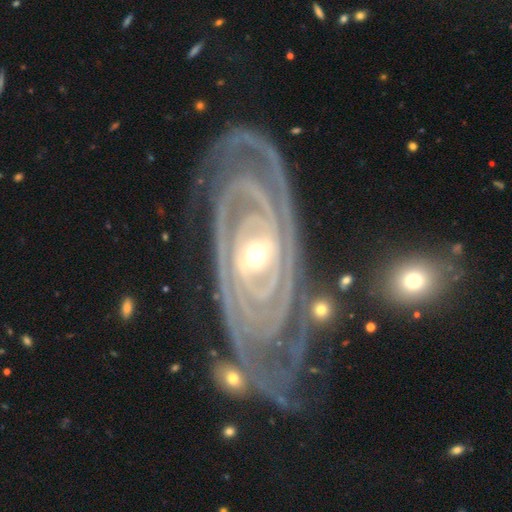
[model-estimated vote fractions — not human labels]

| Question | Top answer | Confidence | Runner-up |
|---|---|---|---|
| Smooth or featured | featured or disk | 92% | smooth (4%) |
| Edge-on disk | no | 94% | yes (6%) |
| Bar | no | 61% | weak (20%) |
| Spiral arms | yes | 95% | no (5%) |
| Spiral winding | tight | 79% | medium (16%) |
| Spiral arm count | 2 | 55% | can't tell (14%) |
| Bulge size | moderate | 52% | small (42%) |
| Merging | none | 68% | minor disturbance (18%) |